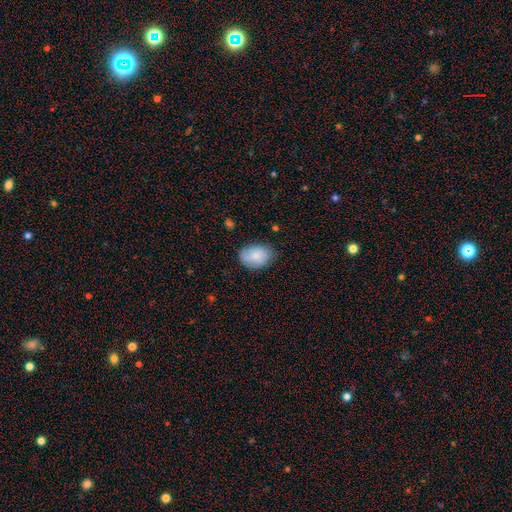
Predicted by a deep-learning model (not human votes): A smooth galaxy with no disk features (78%) that is in between round and cigar-shaped (76%).

Vote fractions:
- Smooth or featured? smooth: 78% / featured or disk: 15% / star or artifact: 7%
- How rounded? in between: 76% / round: 23% / cigar-shaped: 1%
- Merging? none: 75% / minor disturbance: 19% / major disturbance: 4% / merger: 1%